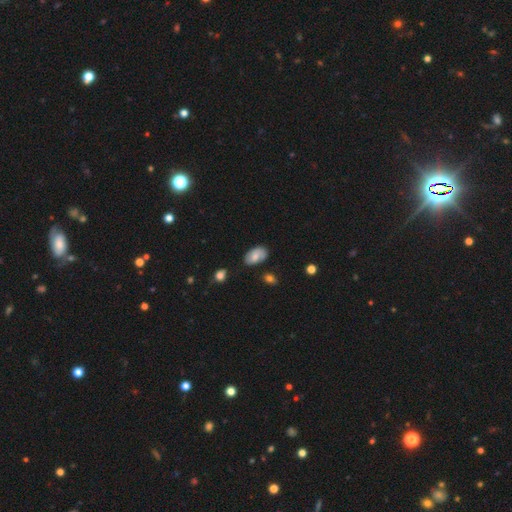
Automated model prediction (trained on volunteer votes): smooth-or-featured: smooth: 70% | featured or disk: 22% | star or artifact: 8%
  how-rounded: in between: 92% | round: 7% | cigar-shaped: 1%
  merging: none: 70% | minor disturbance: 22% | major disturbance: 4% | merger: 4%